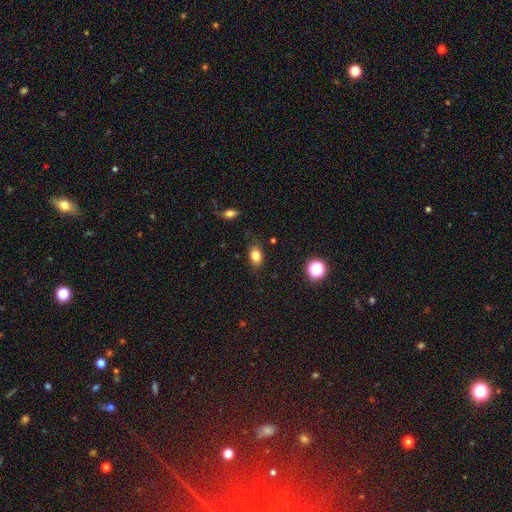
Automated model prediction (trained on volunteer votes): Smooth or featured? Predicted: smooth (p=0.81). How rounded? Predicted: in between (p=0.78). Merging? Predicted: none (p=0.81).